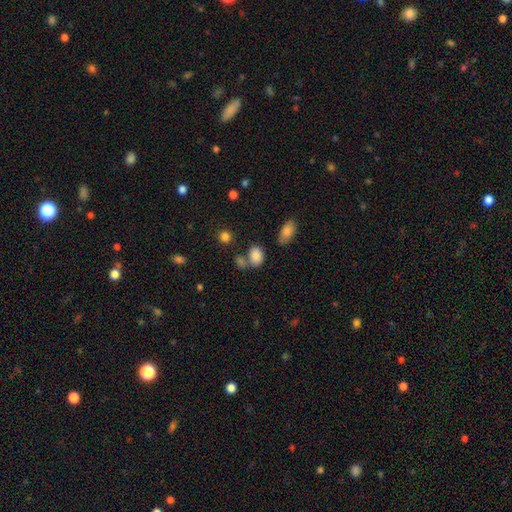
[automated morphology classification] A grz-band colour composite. It shows a smooth galaxy with no disk features (83%) that is in between round and cigar-shaped (68%). Merging: none (53%).